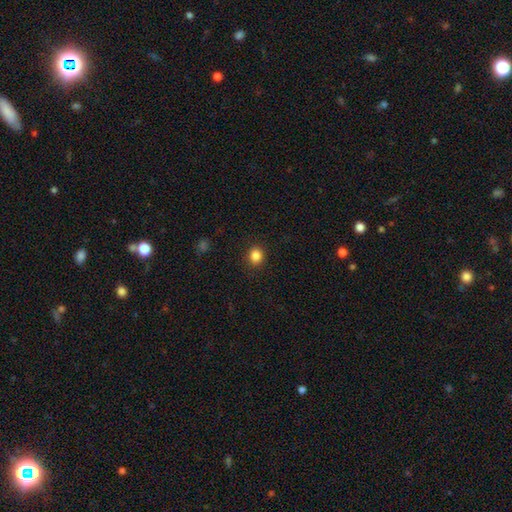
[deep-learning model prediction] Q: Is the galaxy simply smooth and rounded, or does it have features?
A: smooth — 85%.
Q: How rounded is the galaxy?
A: round — 82%.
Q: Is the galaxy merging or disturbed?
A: none — 91%.